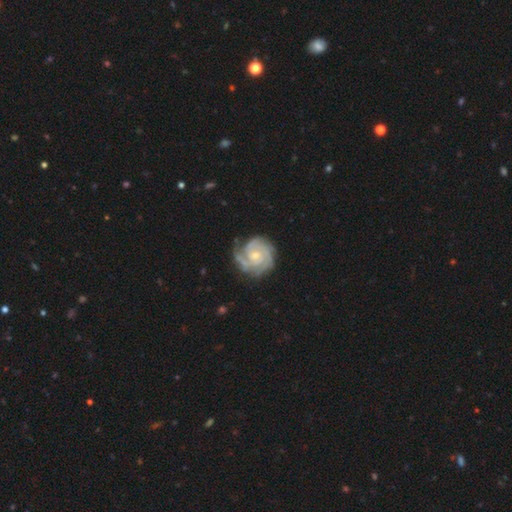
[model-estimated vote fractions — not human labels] A featured or disk galaxy (88%) with no bar (72%), 3 (34%) tight (72%) spiral arms (97%) and a small central bulge (55%).

Vote fractions:
- Smooth or featured? featured or disk: 88% / smooth: 8% / star or artifact: 5%
- Edge-on disk? no: 98% / yes: 2%
- Bar? no: 72% / weak: 24% / strong: 4%
- Spiral arms? yes: 97% / no: 3%
- Spiral winding? tight: 72% / medium: 24% / loose: 4%
- Spiral arm count? 3: 34% / 2: 28% / can't tell: 18% / 4: 10% / 1: 5% / more than 4: 5%
- Bulge size? small: 55% / moderate: 39% / none: 3% / large: 2% / dominant: 1%
- Merging? none: 71% / minor disturbance: 20% / major disturbance: 7% / merger: 2%